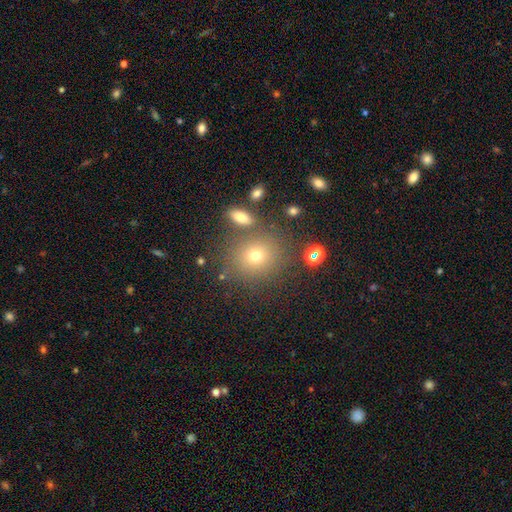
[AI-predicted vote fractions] Q: Smooth or featured?
A: smooth (68%); runner-up: star or artifact (19%)
Q: How rounded?
A: round (81%); runner-up: in between (18%)
Q: Merging?
A: none (78%); runner-up: minor disturbance (10%)